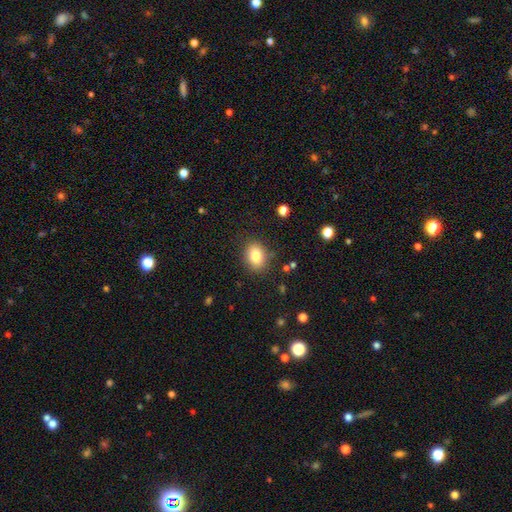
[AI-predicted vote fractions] Smooth or featured: smooth — 83% (star or artifact — 10%)
How rounded: in between — 64% (round — 35%)
Merging: none — 85% (minor disturbance — 10%)